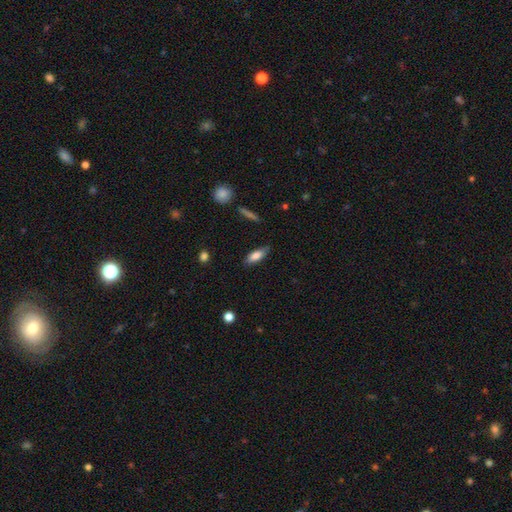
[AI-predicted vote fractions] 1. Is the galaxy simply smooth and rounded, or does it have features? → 80% smooth, 13% featured or disk, 7% star or artifact.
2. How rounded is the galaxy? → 69% in between, 29% cigar-shaped, 2% round.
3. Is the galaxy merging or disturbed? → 77% none, 18% minor disturbance, 4% major disturbance, 2% merger.